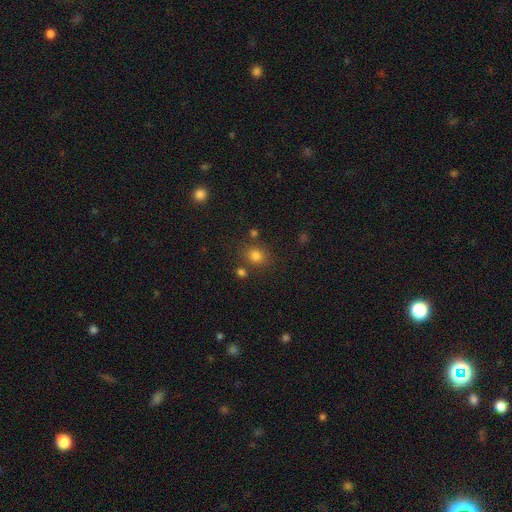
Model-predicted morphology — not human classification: Smooth or featured?
  - smooth: 80% *
  - star or artifact: 14%
  - featured or disk: 6%
How rounded?
  - round: 69% *
  - in between: 30%
  - cigar-shaped: 1%
Merging?
  - none: 77% *
  - minor disturbance: 11%
  - merger: 8%
  - major disturbance: 4%